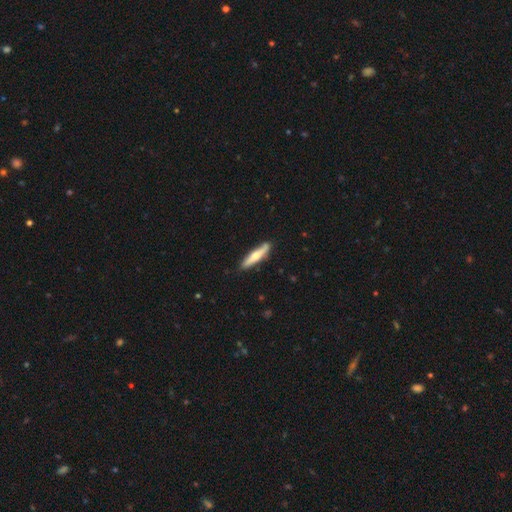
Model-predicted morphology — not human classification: Smooth or featured? Predicted: smooth (p=0.48). Merging? Predicted: none (p=0.86).